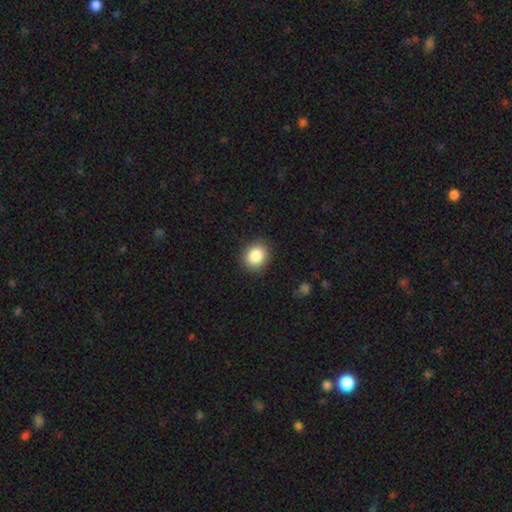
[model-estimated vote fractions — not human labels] smooth-or-featured: smooth: 86% | star or artifact: 9% | featured or disk: 5%
  how-rounded: round: 69% | in between: 30% | cigar-shaped: 1%
  merging: none: 89% | minor disturbance: 8% | major disturbance: 2% | merger: 1%